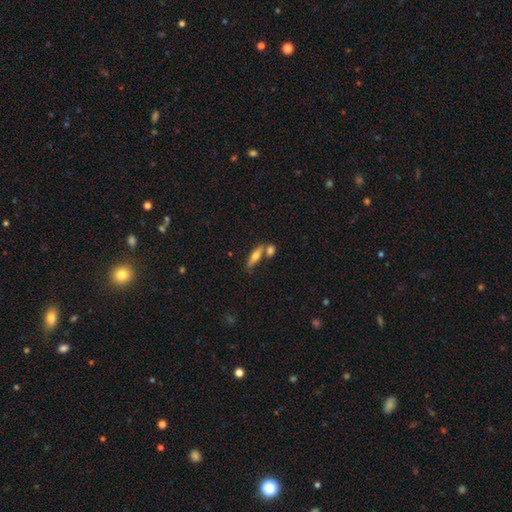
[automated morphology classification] The model was most divided on "smooth or featured": smooth: 52%, featured or disk: 41%, star or artifact: 7%. More confident: how rounded — cigar-shaped (64%); merging — none (61%).